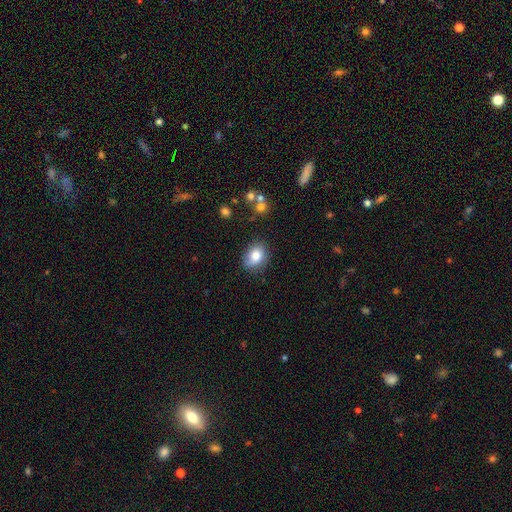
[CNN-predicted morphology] Smooth or featured? Predicted: smooth (p=0.80). How rounded? Predicted: in between (p=0.61). Merging? Predicted: none (p=0.71).